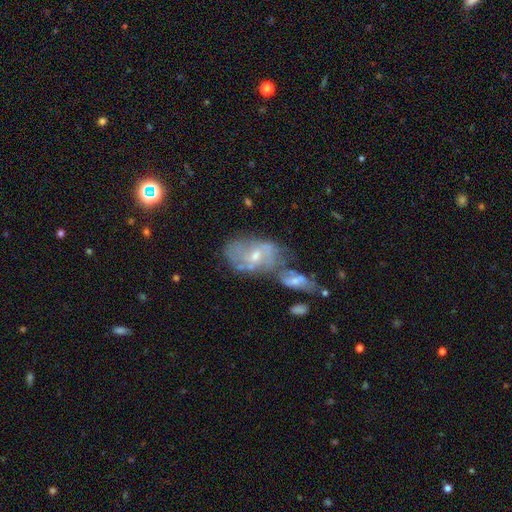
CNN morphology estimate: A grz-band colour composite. It shows a featured or disk galaxy (69%) with a weak bar (46%), spiral arms (76%) and a small central bulge (54%). Merging: none (39%).